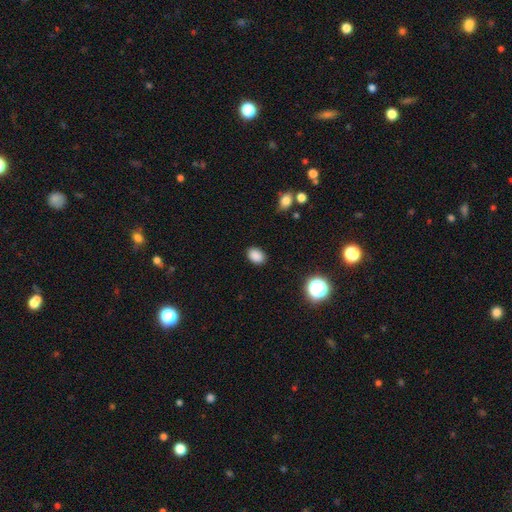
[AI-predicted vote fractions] smooth 86%, star or artifact 11%, featured or disk 3%. Down the decision tree: how rounded — in between (74%); merging — none (88%).